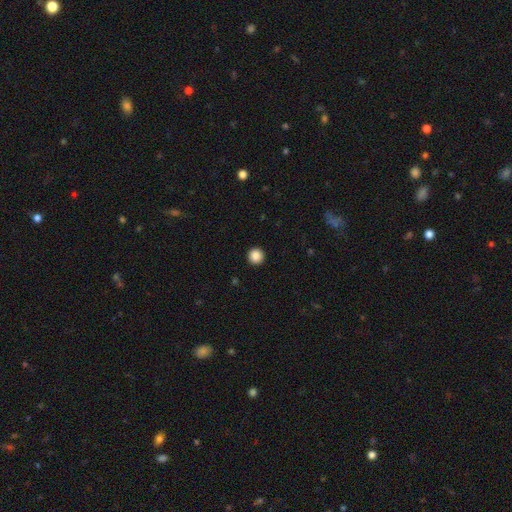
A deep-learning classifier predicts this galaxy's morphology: A smooth galaxy with no disk features (88%) that is round (96%).

Vote fractions:
- Smooth or featured? smooth: 88% / star or artifact: 9% / featured or disk: 3%
- How rounded? round: 96% / in between: 3% / cigar-shaped: 1%
- Merging? none: 94% / minor disturbance: 4% / major disturbance: 1% / merger: 1%